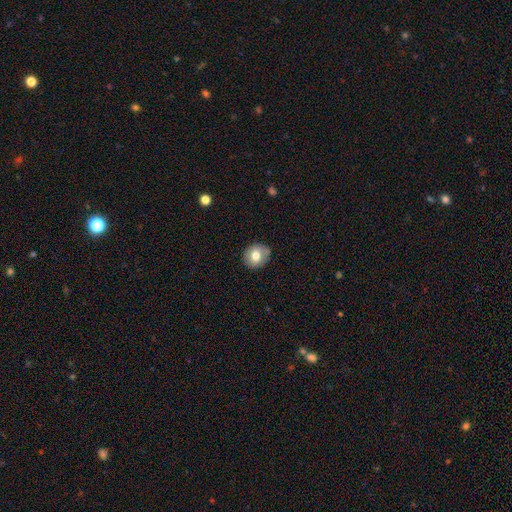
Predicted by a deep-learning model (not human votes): Morphology: type=smooth (72%); roundness=round (74%); merging=none (82%).